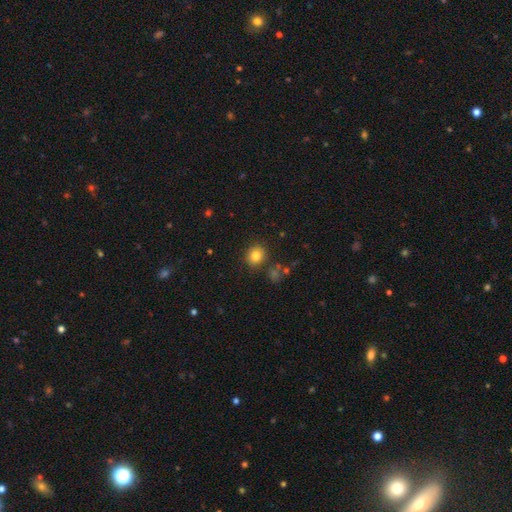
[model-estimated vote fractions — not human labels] Q: Smooth or featured?
A: smooth (82%); runner-up: star or artifact (11%)
Q: How rounded?
A: round (80%); runner-up: in between (19%)
Q: Merging?
A: none (84%); runner-up: minor disturbance (9%)